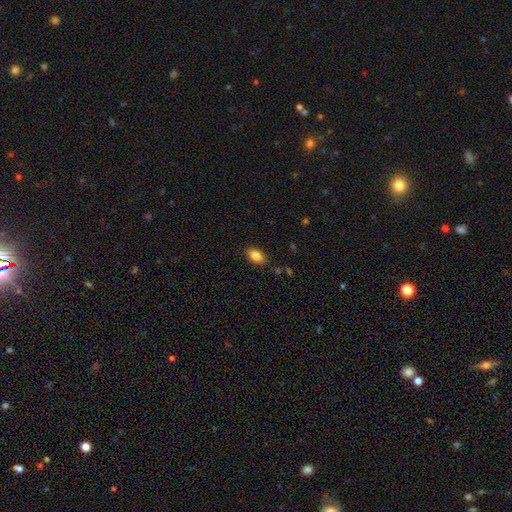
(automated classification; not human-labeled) Smooth or featured? smooth (85%)
How rounded? in between (87%)
Merging? none (84%)